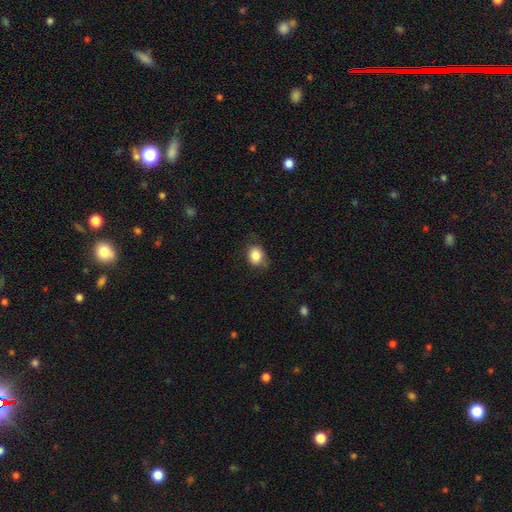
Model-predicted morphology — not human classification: smooth 84%, star or artifact 9%, featured or disk 7%. Down the decision tree: how rounded — round (54%); merging — none (70%).